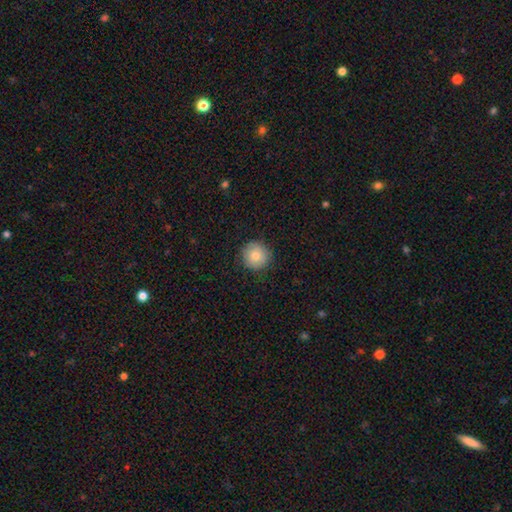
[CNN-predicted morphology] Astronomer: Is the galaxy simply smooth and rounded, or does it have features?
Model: smooth — 81%.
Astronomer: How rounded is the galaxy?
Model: round — 95%.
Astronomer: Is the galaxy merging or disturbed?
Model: none — 87%.